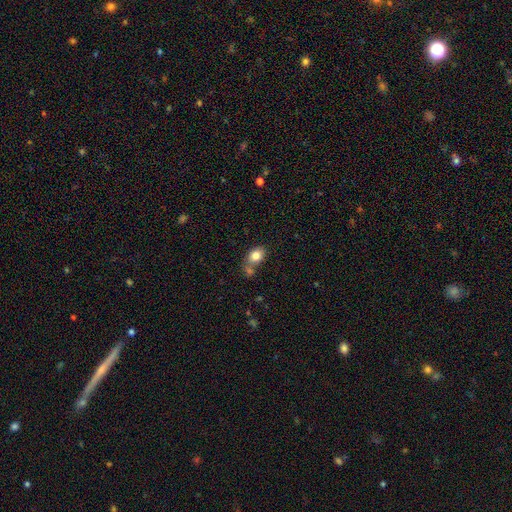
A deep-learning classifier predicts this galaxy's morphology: smooth_or_featured: smooth (p=0.81) [alt: featured or disk p=0.11]
how_rounded: in between (p=0.73) [alt: round p=0.26]
merging: none (p=0.46) [alt: merger p=0.32]